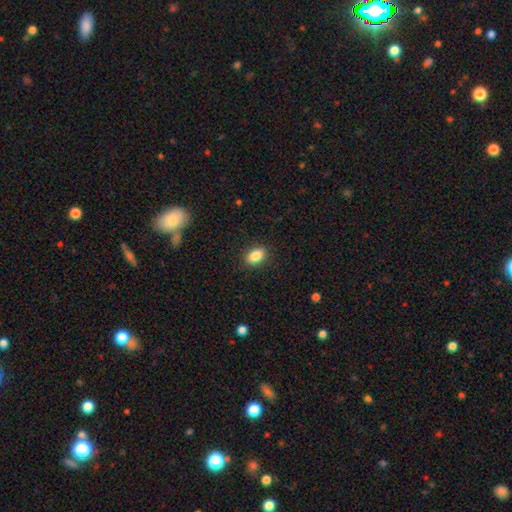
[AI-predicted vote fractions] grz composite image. It shows a smooth galaxy with no disk features (86%) that is in between round and cigar-shaped (83%). Merging: none (89%).